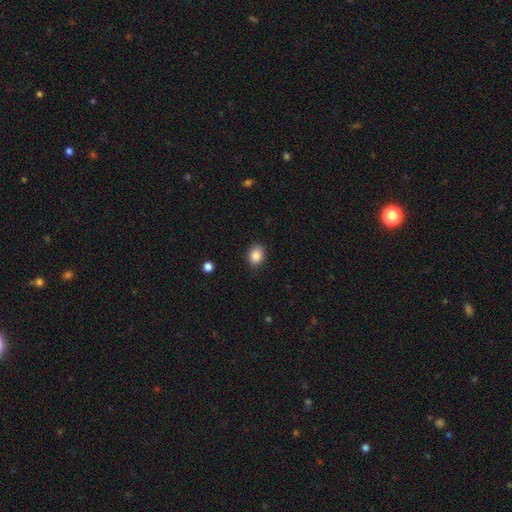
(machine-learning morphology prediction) Overall: smooth (87%). How rounded: in between (59%; round 40%). Merging: none (85%).